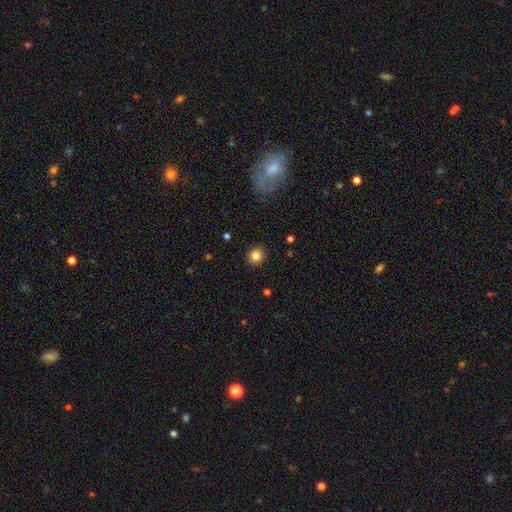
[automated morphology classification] smooth 84%, star or artifact 11%, featured or disk 6%. Down the decision tree: how rounded — round (82%); merging — none (90%).